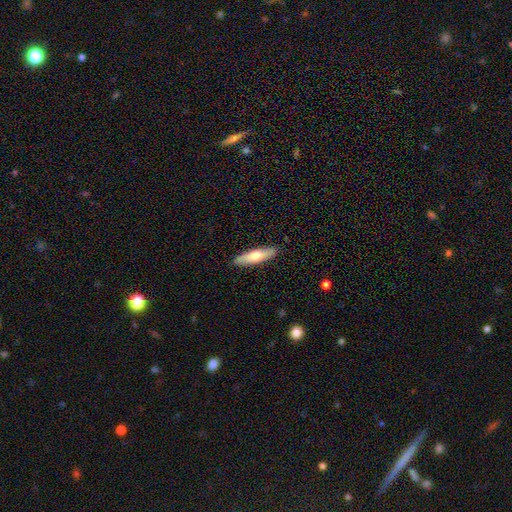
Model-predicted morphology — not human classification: Smooth or featured?
  - smooth: 61% *
  - featured or disk: 34%
  - star or artifact: 5%
How rounded?
  - cigar-shaped: 63% *
  - in between: 35%
  - round: 2%
Merging?
  - none: 89% *
  - minor disturbance: 8%
  - major disturbance: 2%
  - merger: 1%